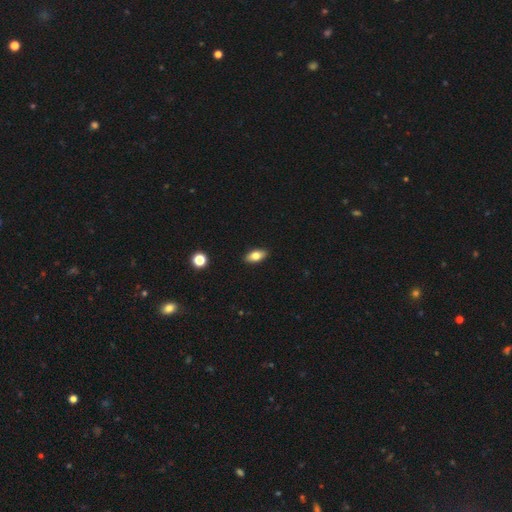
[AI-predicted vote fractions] Smooth or featured? smooth (77%)
How rounded? in between (88%)
Merging? none (90%)